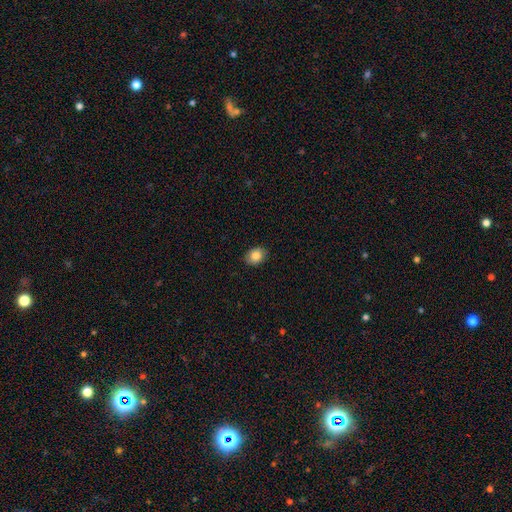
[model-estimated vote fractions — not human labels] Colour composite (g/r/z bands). It shows a smooth galaxy with no disk features (85%) that is in between round and cigar-shaped (57%). Merging: none (87%).